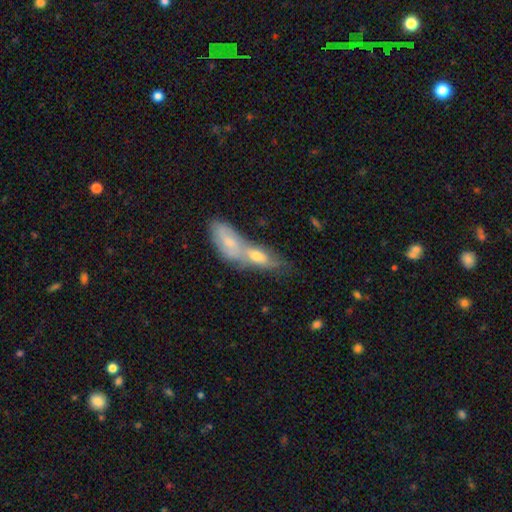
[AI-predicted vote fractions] smooth 51%, featured or disk 40%, star or artifact 9%. Down the decision tree: how rounded — in between (66%); merging — merger (68%).